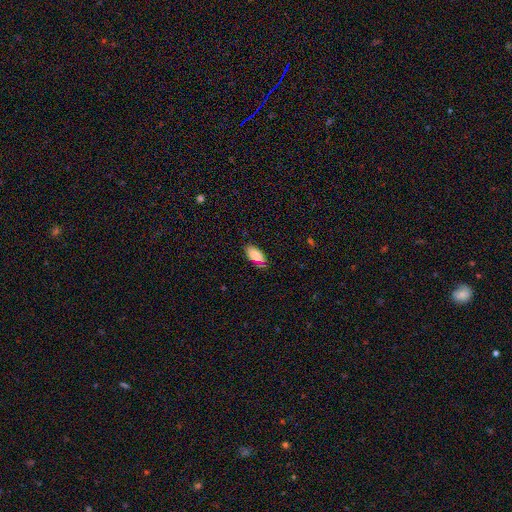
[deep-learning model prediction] Smooth or featured? smooth (82%)
How rounded? in between (90%)
Merging? none (71%)